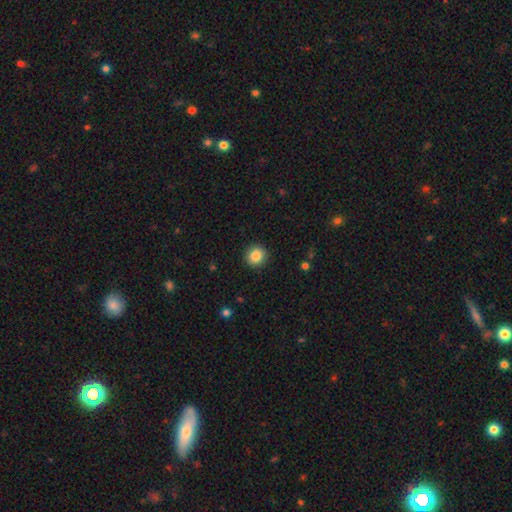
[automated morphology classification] type=smooth (87%); roundness=round (89%); merging=none (91%).